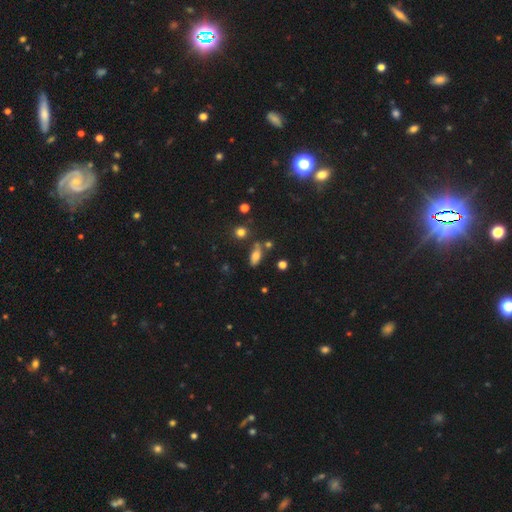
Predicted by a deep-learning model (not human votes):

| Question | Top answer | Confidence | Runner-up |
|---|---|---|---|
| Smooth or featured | smooth | 70% | featured or disk (18%) |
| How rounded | in between | 75% | cigar-shaped (18%) |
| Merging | none | 65% | minor disturbance (17%) |